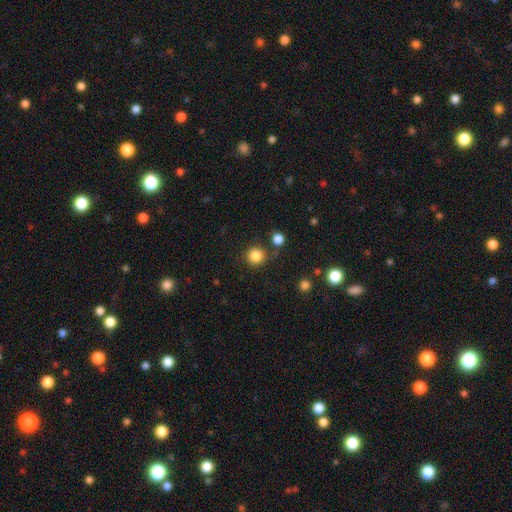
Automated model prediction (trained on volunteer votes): This is clearly a smooth galaxy (84%). How rounded: clearly round (92%). Merging: clearly none (83%).